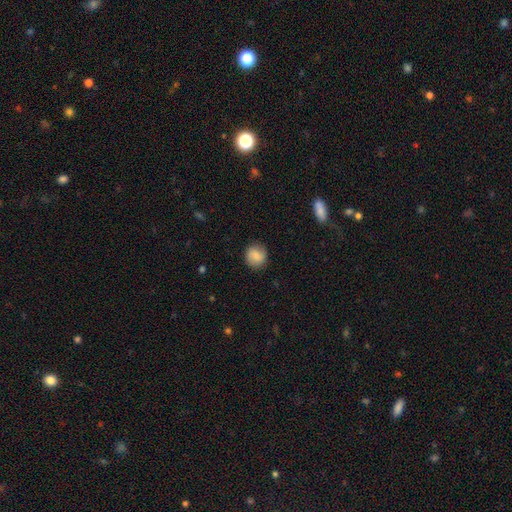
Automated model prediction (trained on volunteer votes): A smooth galaxy with no disk features (79%) that is round (86%). Merging: none (86%).